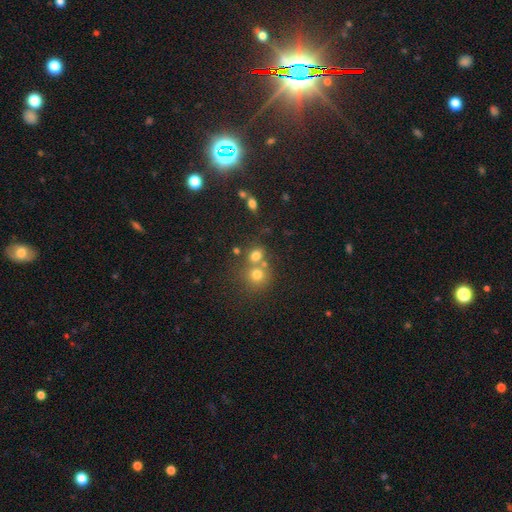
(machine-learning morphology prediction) Smooth or featured? smooth (72%)
How rounded? round (70%)
Merging? none (47%)